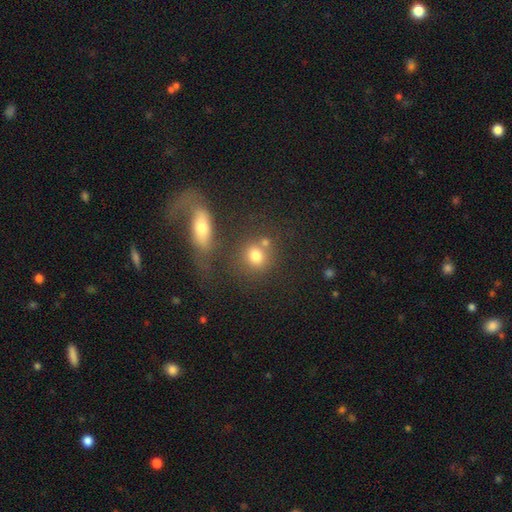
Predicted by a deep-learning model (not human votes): The model was most divided on "merging": none: 56%, merger: 27%, minor disturbance: 11%, major disturbance: 6%. More confident: how rounded — round (76%); smooth or featured — smooth (75%).